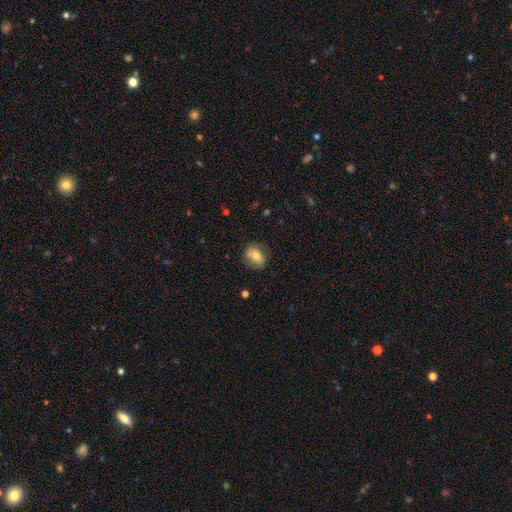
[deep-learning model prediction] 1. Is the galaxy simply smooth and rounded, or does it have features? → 63% smooth, 29% featured or disk, 9% star or artifact.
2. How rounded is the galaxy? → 66% in between, 32% round, 2% cigar-shaped.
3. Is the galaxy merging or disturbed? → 67% none, 21% minor disturbance, 7% major disturbance, 4% merger.